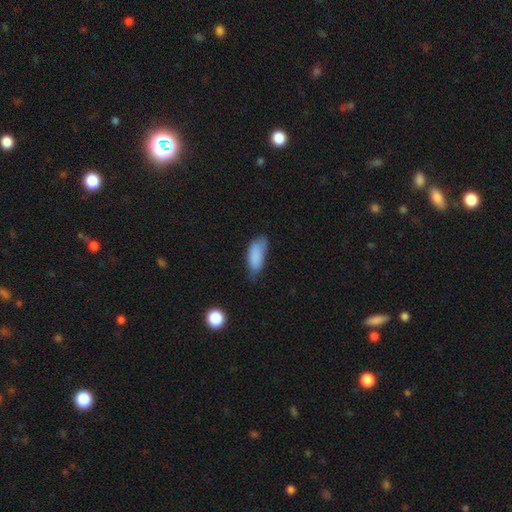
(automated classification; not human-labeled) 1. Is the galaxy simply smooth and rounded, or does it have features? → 83% smooth, 9% featured or disk, 8% star or artifact.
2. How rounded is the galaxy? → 83% in between, 15% cigar-shaped, 2% round.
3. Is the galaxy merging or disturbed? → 49% none, 39% minor disturbance, 10% major disturbance, 2% merger.